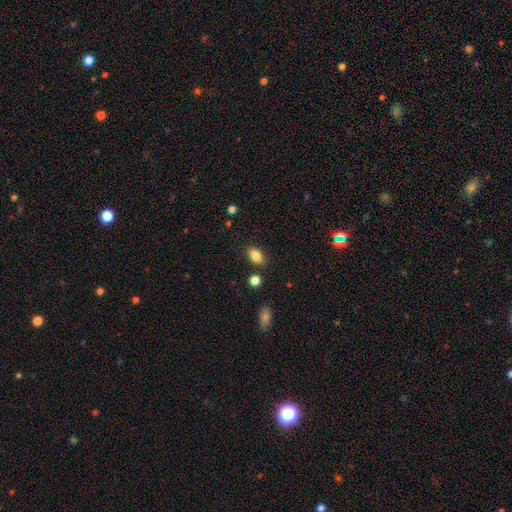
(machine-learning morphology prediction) Smooth or featured? Predicted: smooth (p=0.86). How rounded? Predicted: in between (p=0.87). Merging? Predicted: none (p=0.83).